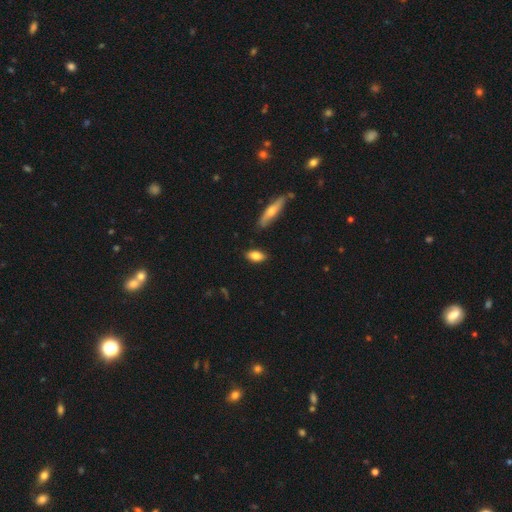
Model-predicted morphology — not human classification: Smooth or featured: smooth — 80% (featured or disk — 13%)
How rounded: in between — 83% (cigar-shaped — 14%)
Merging: none — 86% (minor disturbance — 10%)